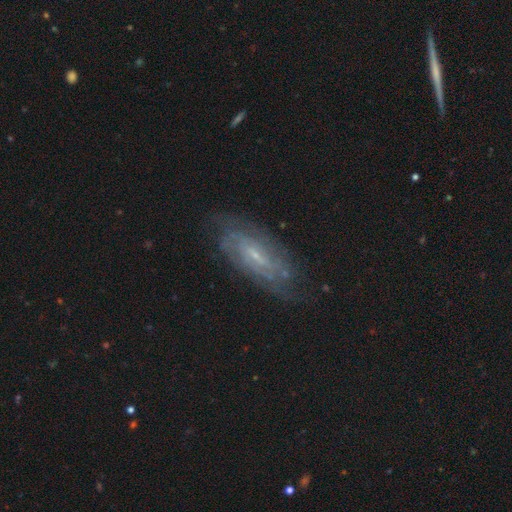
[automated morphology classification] A featured or disk galaxy (74%) with a weak bar (47%), tight (58%) spiral arms (89%) and a small central bulge (68%). Merging: none (76%).